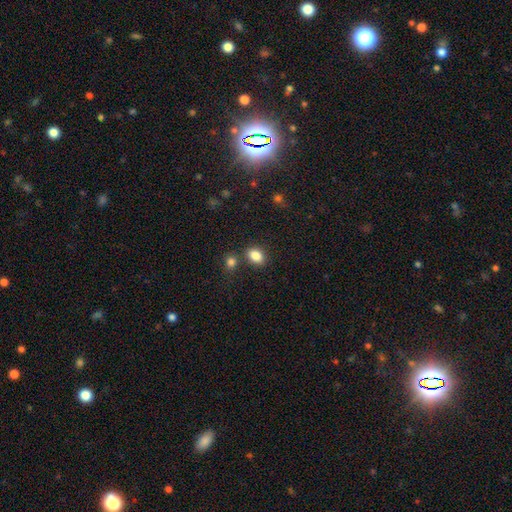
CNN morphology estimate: type=smooth (85%); roundness=in between (74%); merging=none (72%).